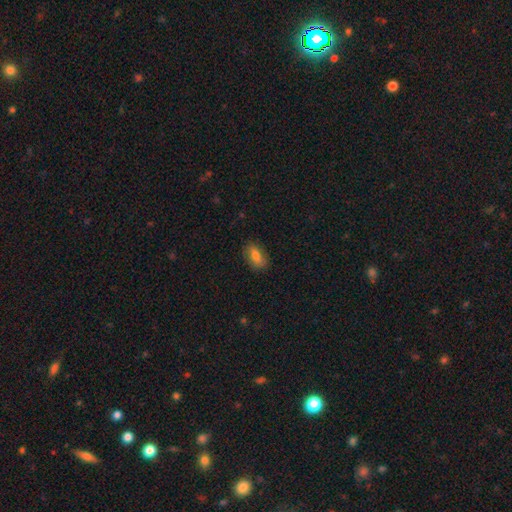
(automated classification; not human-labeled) A smooth galaxy with no disk features (77%) that is in between round and cigar-shaped (86%). Merging: none (82%).